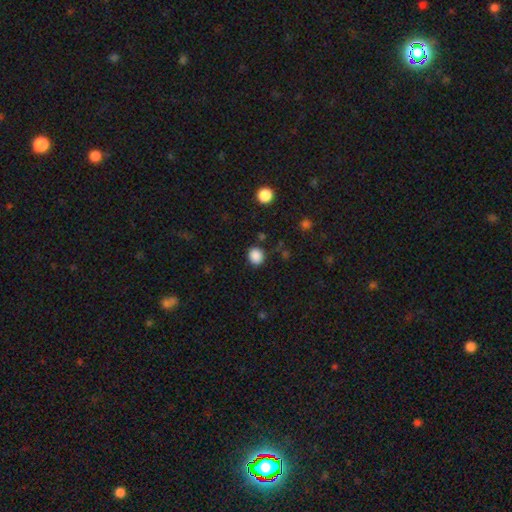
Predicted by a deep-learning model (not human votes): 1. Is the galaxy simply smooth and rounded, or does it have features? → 87% smooth, 10% star or artifact, 3% featured or disk.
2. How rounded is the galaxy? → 76% round, 23% in between, 1% cigar-shaped.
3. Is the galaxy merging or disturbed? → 84% none, 10% minor disturbance, 3% major disturbance, 2% merger.